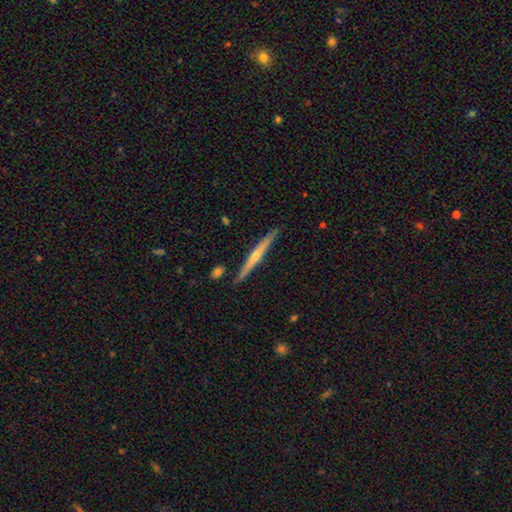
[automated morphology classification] smooth_or_featured: featured or disk (p=0.78) [alt: smooth p=0.16]
disk_edge_on: yes (p=0.98) [alt: no p=0.02]
edge_on_bulge: rounded (p=0.81) [alt: none p=0.14]
merging: none (p=0.90) [alt: minor disturbance p=0.07]